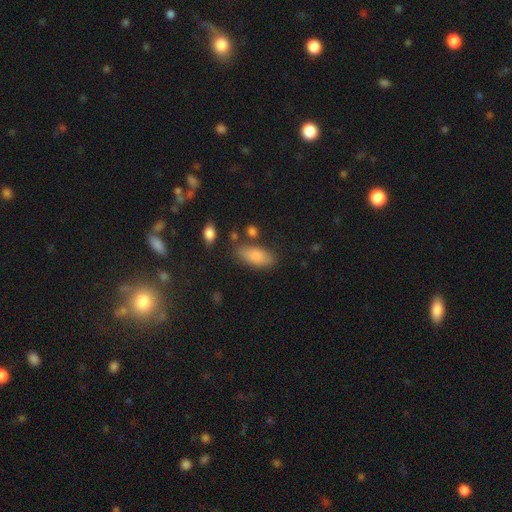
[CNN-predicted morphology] This appears to be a smooth galaxy with no disk features (84%) that is in between round and cigar-shaped (85%). Merging: none (71%).